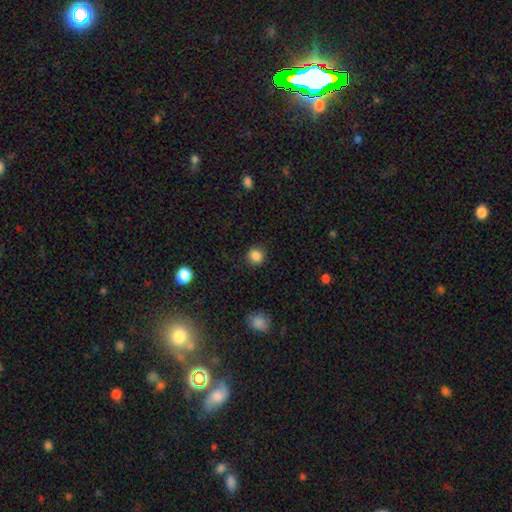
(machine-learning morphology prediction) A smooth galaxy with no disk features (86%) that is round (91%).

Vote fractions:
- Smooth or featured? smooth: 86% / star or artifact: 11% / featured or disk: 3%
- How rounded? round: 91% / in between: 8% / cigar-shaped: 1%
- Merging? none: 90% / minor disturbance: 6% / major disturbance: 2% / merger: 1%